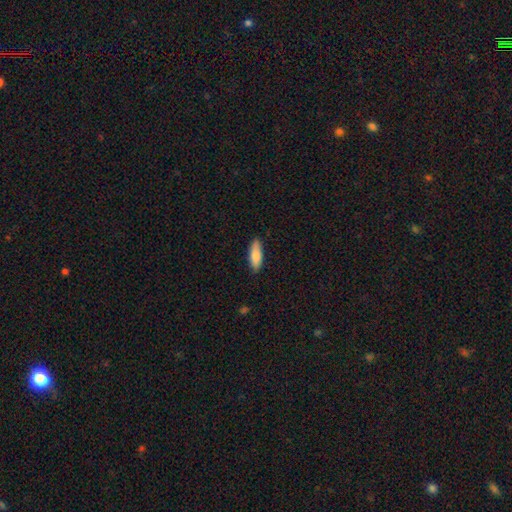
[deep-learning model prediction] Smooth or featured?
  - smooth: 84% *
  - featured or disk: 10%
  - star or artifact: 6%
How rounded?
  - in between: 63% *
  - cigar-shaped: 35%
  - round: 2%
Merging?
  - none: 85% *
  - minor disturbance: 11%
  - major disturbance: 2%
  - merger: 1%